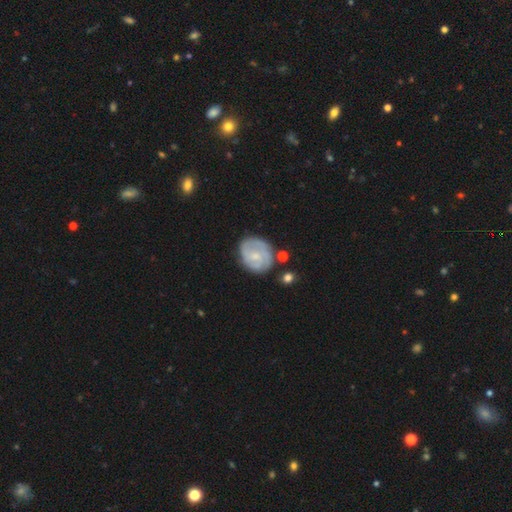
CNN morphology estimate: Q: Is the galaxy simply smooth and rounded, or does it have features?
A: featured or disk — 66%.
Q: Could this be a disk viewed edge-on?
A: no — 98%.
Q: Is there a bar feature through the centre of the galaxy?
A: no — 59%.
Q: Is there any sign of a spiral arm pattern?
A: yes — 83%.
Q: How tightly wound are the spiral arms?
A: tight — 54%.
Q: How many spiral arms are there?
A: can't tell — 36%.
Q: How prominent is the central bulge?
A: small — 55%.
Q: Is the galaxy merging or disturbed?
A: none — 67%.